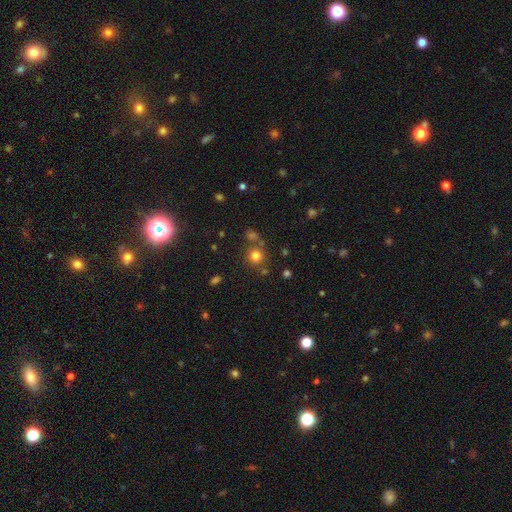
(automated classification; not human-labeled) A smooth galaxy with no disk features (76%) that is round (90%). Merging: none (71%).